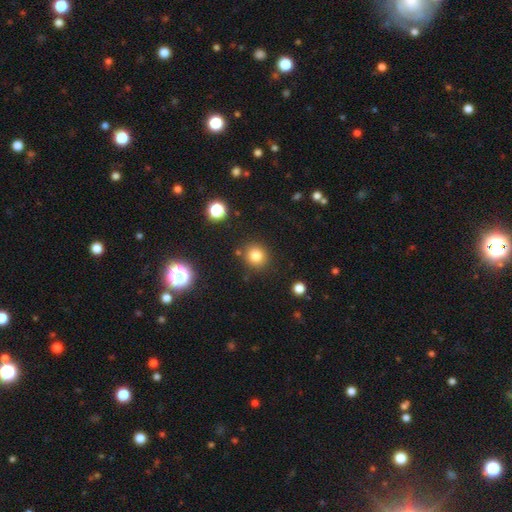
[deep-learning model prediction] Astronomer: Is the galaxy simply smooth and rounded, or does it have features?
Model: smooth — 81%.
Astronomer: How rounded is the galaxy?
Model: round — 87%.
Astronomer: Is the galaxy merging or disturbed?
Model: none — 84%.